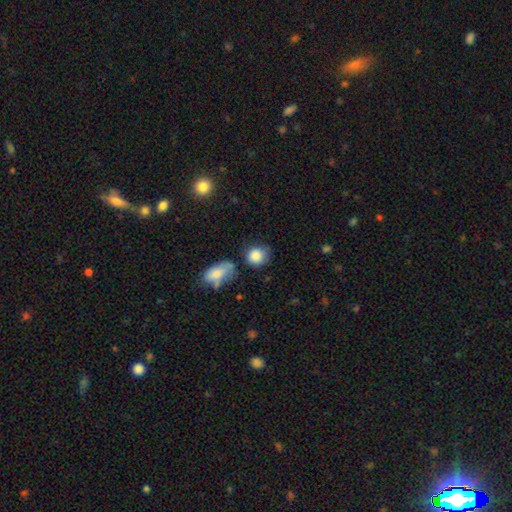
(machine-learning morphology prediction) type=smooth (86%); roundness=round (73%); merging=none (64%).